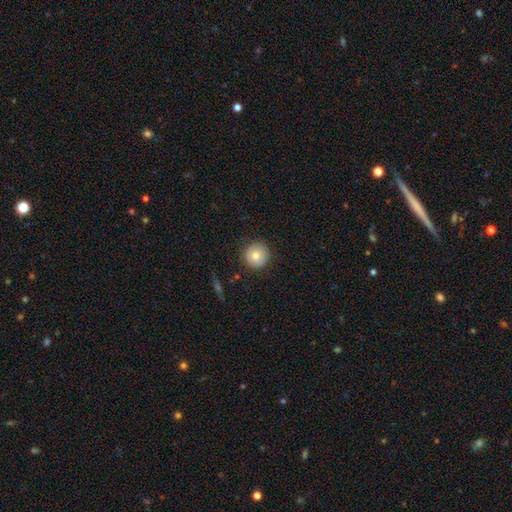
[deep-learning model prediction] A smooth galaxy with no disk features (79%) that is round (95%). Merging: none (87%).